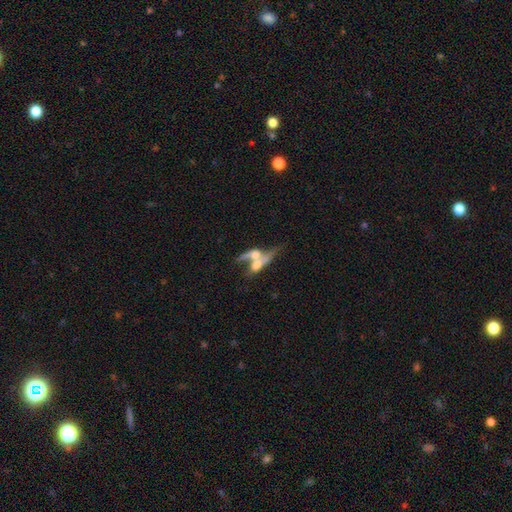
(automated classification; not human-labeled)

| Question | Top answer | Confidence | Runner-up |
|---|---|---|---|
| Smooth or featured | featured or disk | 58% | smooth (33%) |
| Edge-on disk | no | 74% | yes (26%) |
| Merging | merger | 67% | none (15%) |